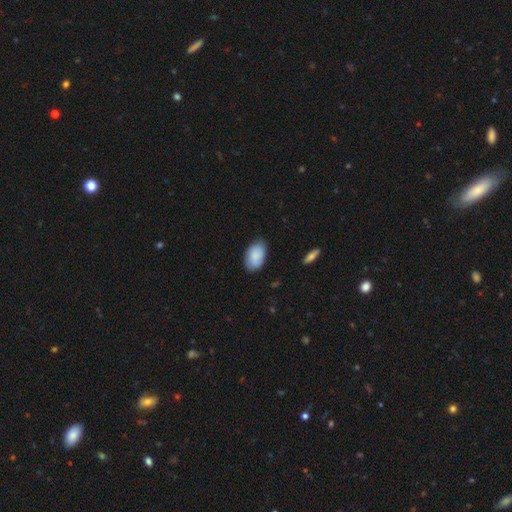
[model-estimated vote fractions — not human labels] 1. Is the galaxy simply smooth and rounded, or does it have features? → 87% smooth, 7% featured or disk, 6% star or artifact.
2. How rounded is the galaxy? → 93% in between, 6% round, 1% cigar-shaped.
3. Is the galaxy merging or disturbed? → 78% none, 18% minor disturbance, 3% major disturbance, 1% merger.